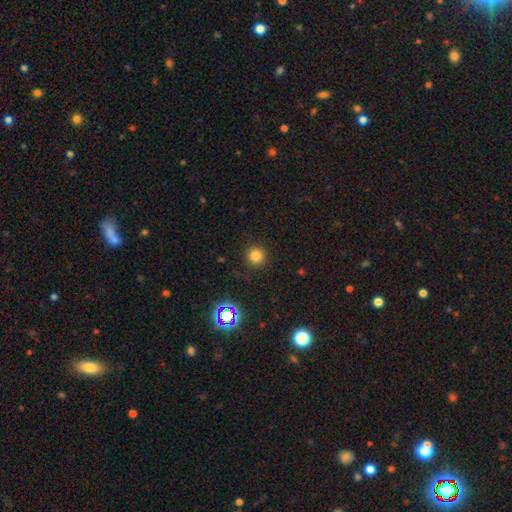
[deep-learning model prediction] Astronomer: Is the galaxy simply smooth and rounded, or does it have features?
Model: smooth — 79%.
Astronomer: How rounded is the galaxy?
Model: round — 95%.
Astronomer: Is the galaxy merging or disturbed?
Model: none — 90%.